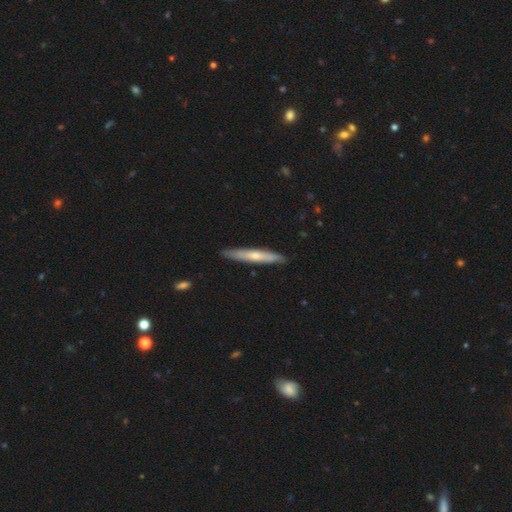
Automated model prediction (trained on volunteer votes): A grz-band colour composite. It shows a smooth galaxy with no disk features (52%) that is cigar-shaped (94%). Merging: none (88%).